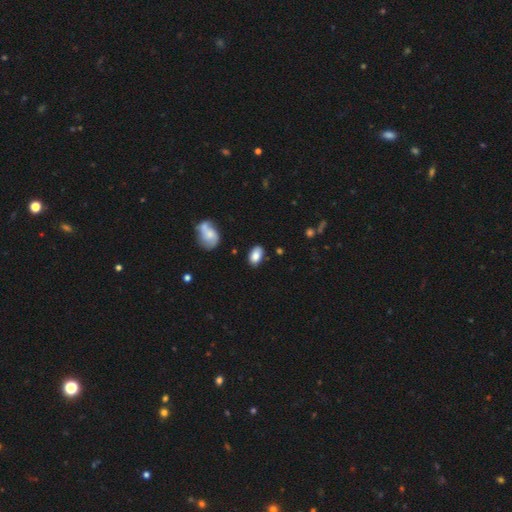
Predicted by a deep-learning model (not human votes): The model was most divided on "merging": none: 79%, minor disturbance: 15%, major disturbance: 3%, merger: 3%. More confident: how rounded — in between (92%); smooth or featured — smooth (84%).